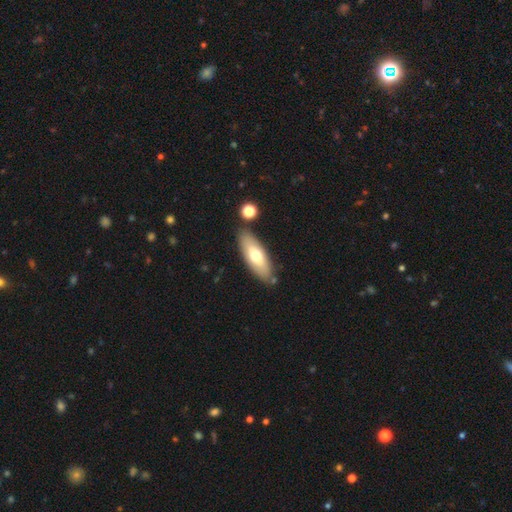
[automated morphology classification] type=smooth (64%); roundness=in between (65%); merging=none (81%).